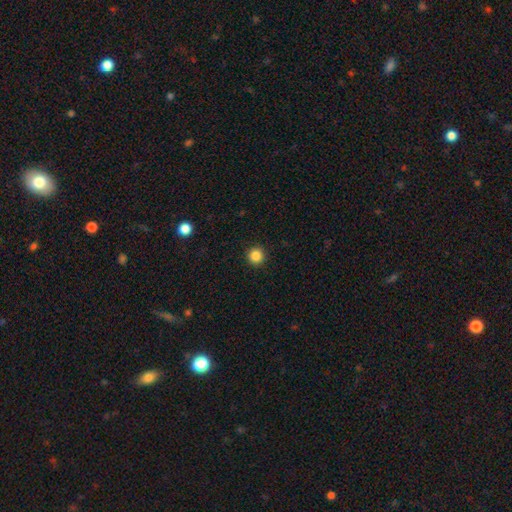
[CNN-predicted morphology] Q: Smooth or featured?
A: smooth (85%); runner-up: star or artifact (11%)
Q: How rounded?
A: round (95%); runner-up: in between (4%)
Q: Merging?
A: none (92%); runner-up: minor disturbance (5%)